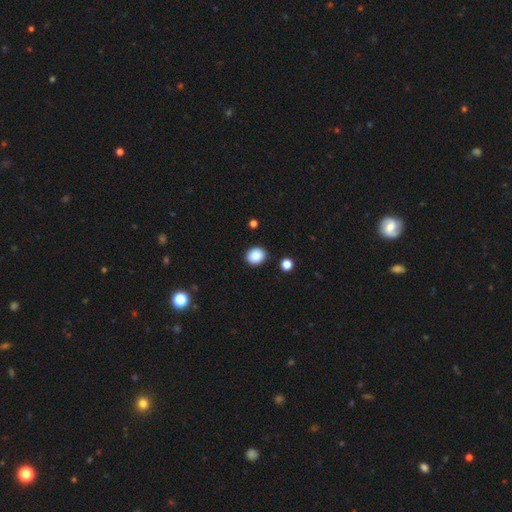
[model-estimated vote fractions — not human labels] smooth_or_featured: smooth (p=0.88) [alt: star or artifact p=0.09]
how_rounded: round (p=0.64) [alt: in between p=0.35]
merging: none (p=0.88) [alt: minor disturbance p=0.08]